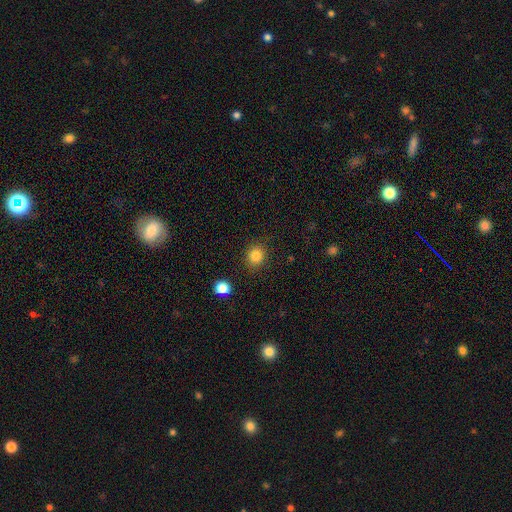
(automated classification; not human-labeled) Morphology: type=smooth (85%); roundness=round (79%); merging=none (88%).